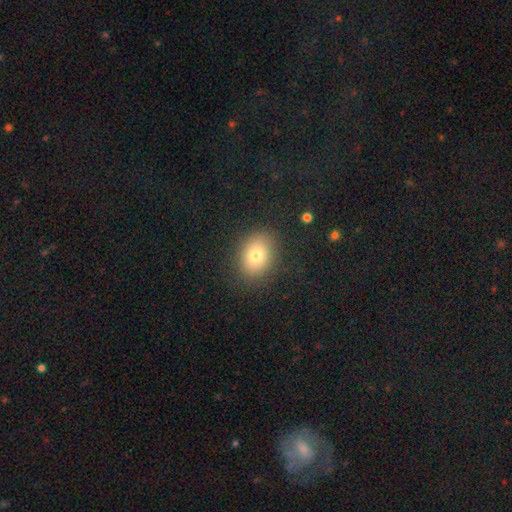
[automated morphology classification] smooth 74%, featured or disk 14%, star or artifact 12%. Down the decision tree: how rounded — in between (55%); merging — none (86%).